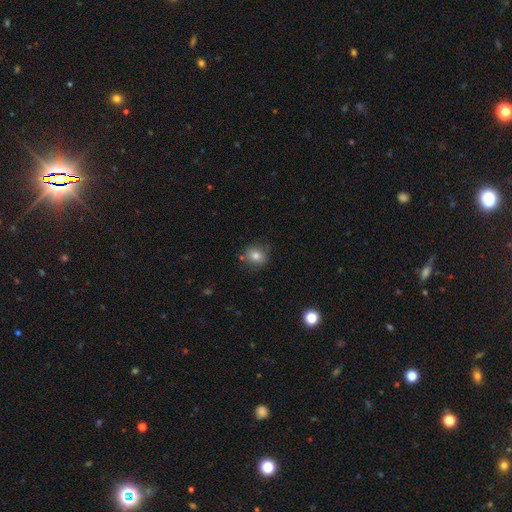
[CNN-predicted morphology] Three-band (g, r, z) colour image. It shows a smooth galaxy with no disk features (79%) that is round (79%). Merging: none (77%).